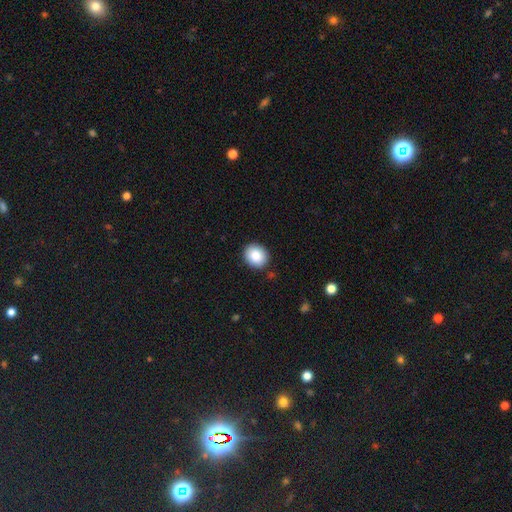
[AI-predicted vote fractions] Morphology: type=smooth (87%); roundness=round (67%); merging=none (89%).